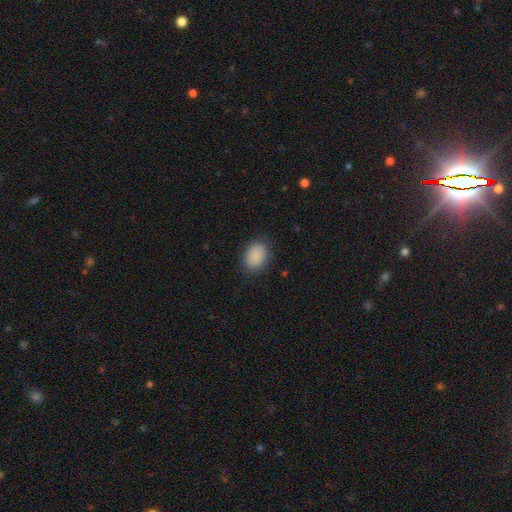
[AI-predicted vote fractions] A smooth galaxy with no disk features (88%) that is in between round and cigar-shaped (71%).

Vote fractions:
- Smooth or featured? smooth: 88% / star or artifact: 8% / featured or disk: 4%
- How rounded? in between: 71% / round: 28% / cigar-shaped: 1%
- Merging? none: 85% / minor disturbance: 11% / major disturbance: 3% / merger: 1%